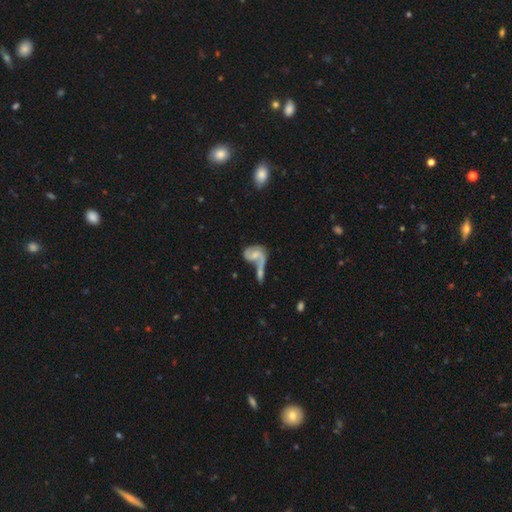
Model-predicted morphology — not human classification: A featured or disk galaxy (70%) with no bar (47%), 2 (66%) loose (47%) spiral arms (82%) and a small central bulge (39%). Merging: merger (48%).